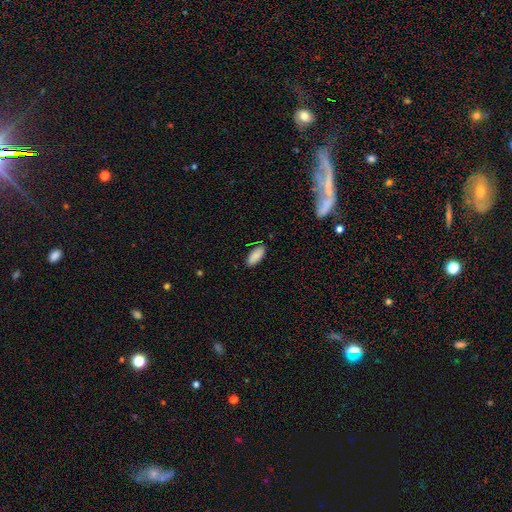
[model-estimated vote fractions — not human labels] Smooth or featured?
  - smooth: 88% *
  - star or artifact: 6%
  - featured or disk: 5%
How rounded?
  - in between: 84% *
  - cigar-shaped: 14%
  - round: 2%
Merging?
  - none: 85% *
  - minor disturbance: 12%
  - major disturbance: 2%
  - merger: 1%